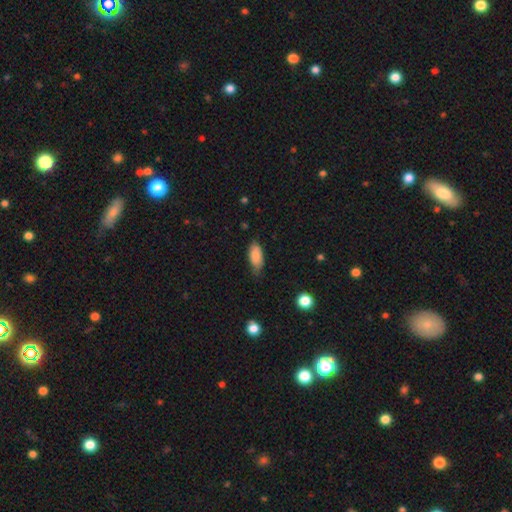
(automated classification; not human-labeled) Smooth or featured? Predicted: smooth (p=0.86). How rounded? Predicted: in between (p=0.86). Merging? Predicted: none (p=0.64).